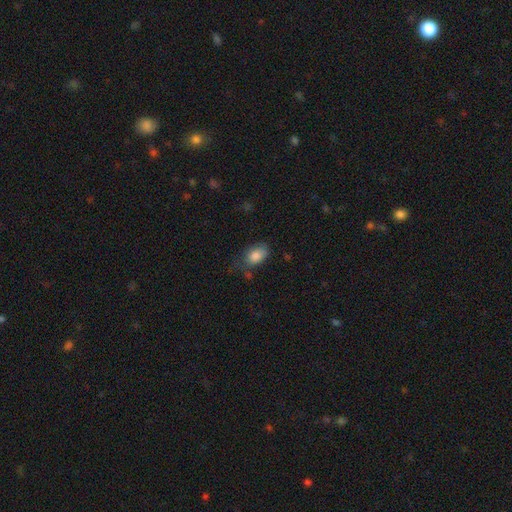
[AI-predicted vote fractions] Overall: smooth (85%). How rounded: in between (86%). Merging: none (57%; minor disturbance 30%).